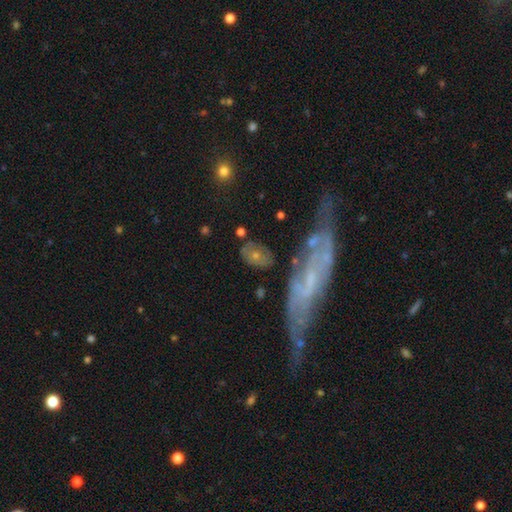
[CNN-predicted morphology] smooth_or_featured: smooth (p=0.52) [alt: featured or disk p=0.38]
how_rounded: in between (p=0.77) [alt: round p=0.20]
merging: none (p=0.63) [alt: minor disturbance p=0.19]